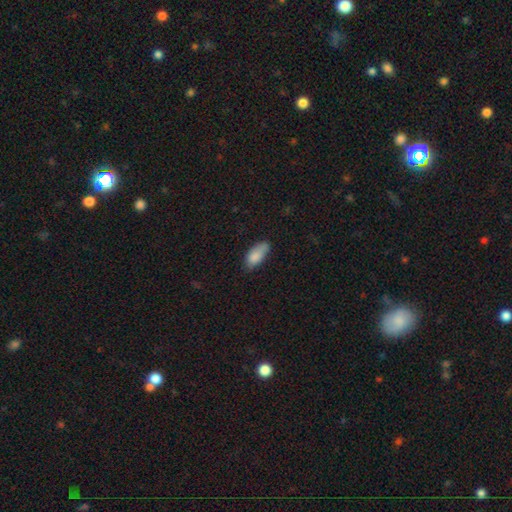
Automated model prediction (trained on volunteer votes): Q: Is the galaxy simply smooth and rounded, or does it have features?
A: smooth — 85%.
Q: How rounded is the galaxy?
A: in between — 89%.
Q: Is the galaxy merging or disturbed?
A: none — 58%.